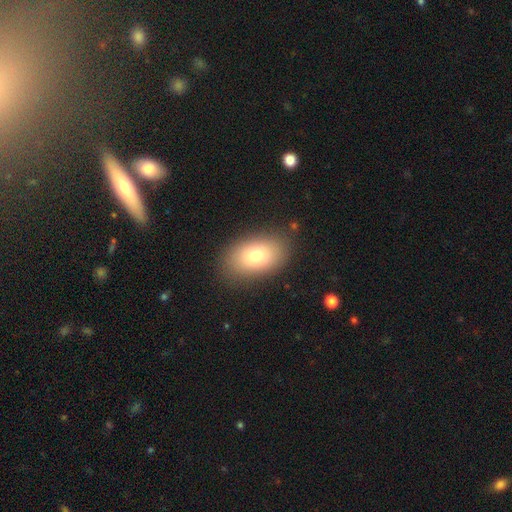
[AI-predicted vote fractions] Smooth or featured? Predicted: smooth (p=0.78). How rounded? Predicted: in between (p=0.89). Merging? Predicted: none (p=0.84).